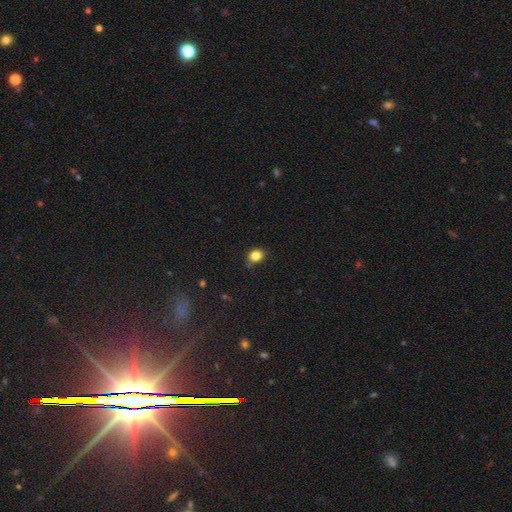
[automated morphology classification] This is clearly a smooth galaxy (84%). How rounded: possibly round (56%). Merging: likely none (80%).